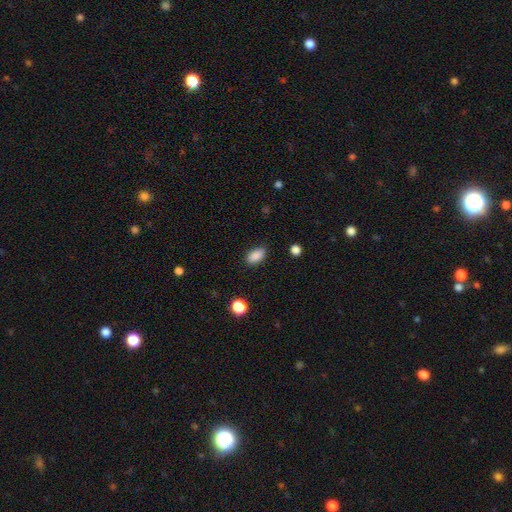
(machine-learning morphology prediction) A smooth galaxy with no disk features (88%) that is in between round and cigar-shaped (91%). Merging: none (82%).